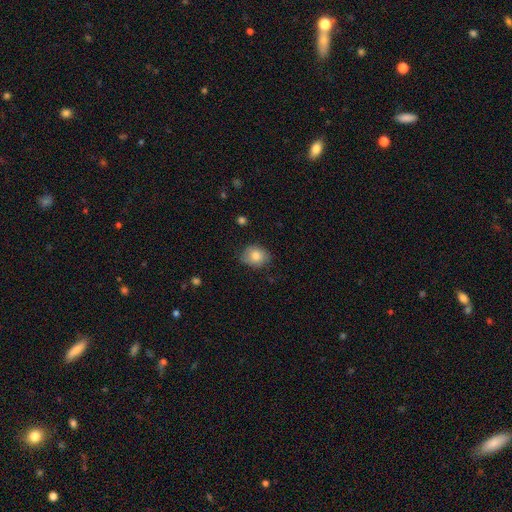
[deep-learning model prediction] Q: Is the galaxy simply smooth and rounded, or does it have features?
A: smooth — 82%.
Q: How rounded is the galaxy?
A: round — 51%.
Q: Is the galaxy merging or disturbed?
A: none — 73%.